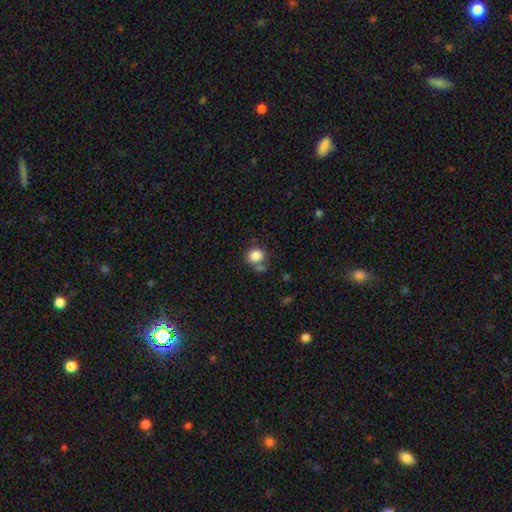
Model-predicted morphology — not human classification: Smooth or featured? Predicted: smooth (p=0.84). How rounded? Predicted: round (p=0.77). Merging? Predicted: none (p=0.63).